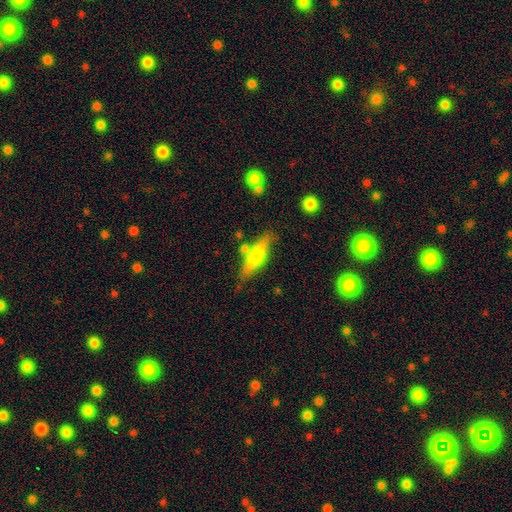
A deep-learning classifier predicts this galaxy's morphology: smooth_or_featured: smooth (p=0.51) [alt: featured or disk p=0.42]
how_rounded: cigar-shaped (p=0.60) [alt: in between p=0.37]
merging: none (p=0.72) [alt: minor disturbance p=0.16]